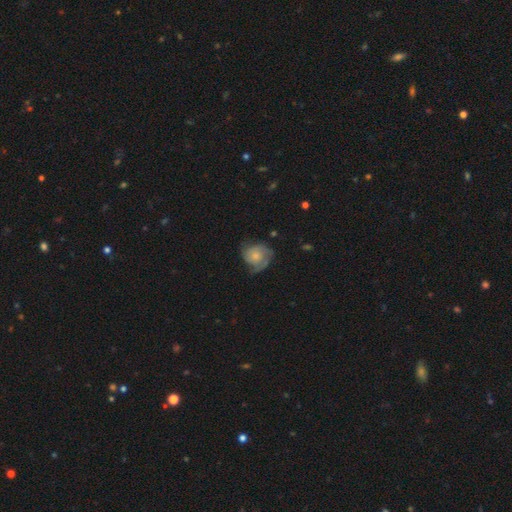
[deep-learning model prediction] Smooth or featured? Predicted: featured or disk (p=0.61). Edge-on disk? Predicted: no (p=0.98). Bar? Predicted: no (p=0.82). Spiral arms? Predicted: yes (p=0.88). Spiral winding? Predicted: tight (p=0.46). Spiral arm count? Predicted: 2 (p=0.39). Bulge size? Predicted: small (p=0.57). Merging? Predicted: none (p=0.55).